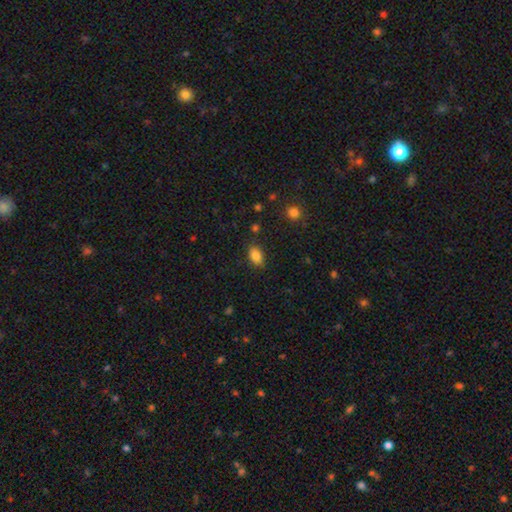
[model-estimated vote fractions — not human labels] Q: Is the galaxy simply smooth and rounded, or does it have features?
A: smooth — 86%.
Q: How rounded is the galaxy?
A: in between — 88%.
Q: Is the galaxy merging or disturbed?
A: none — 85%.